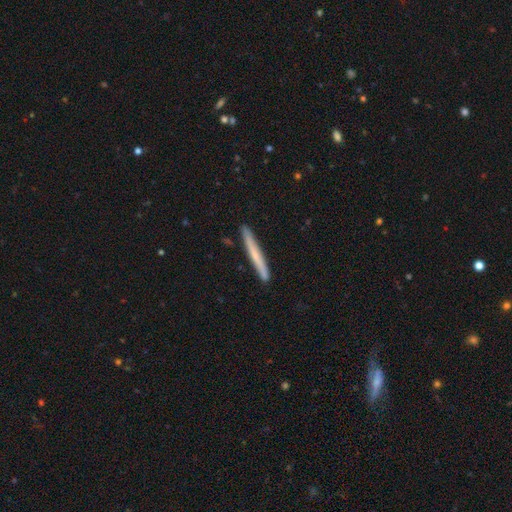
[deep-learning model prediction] A smooth galaxy with no disk features (53%) that is cigar-shaped (97%). Merging: none (91%).